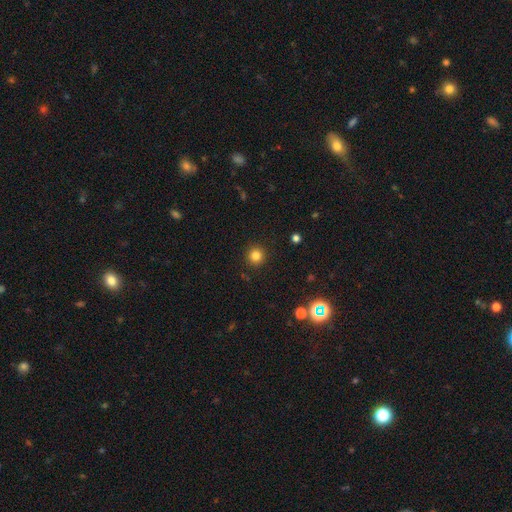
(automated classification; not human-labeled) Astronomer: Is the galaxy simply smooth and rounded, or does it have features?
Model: smooth — 82%.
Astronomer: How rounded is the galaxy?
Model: round — 94%.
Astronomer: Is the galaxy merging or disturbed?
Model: none — 92%.